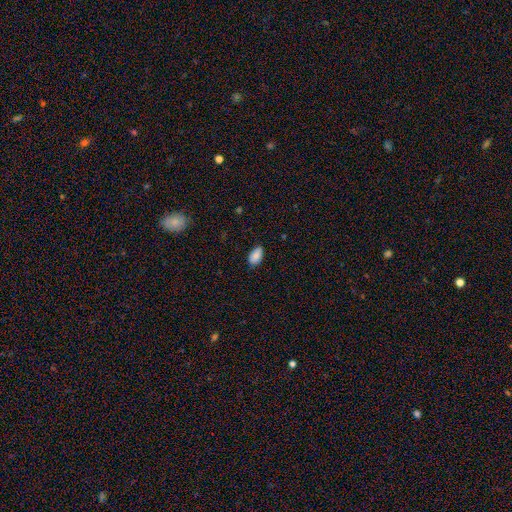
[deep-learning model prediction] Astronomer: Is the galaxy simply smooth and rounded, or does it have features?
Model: smooth — 88%.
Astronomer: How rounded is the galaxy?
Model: in between — 94%.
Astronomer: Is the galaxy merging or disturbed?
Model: none — 78%.